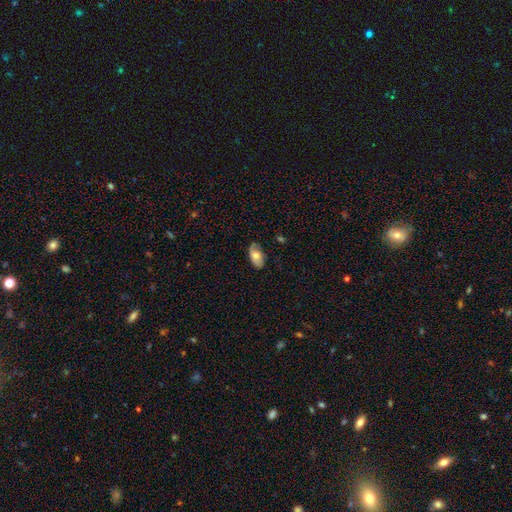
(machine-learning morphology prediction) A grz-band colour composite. It shows a smooth galaxy with no disk features (62%) that is in between round and cigar-shaped (93%). Merging: none (71%).